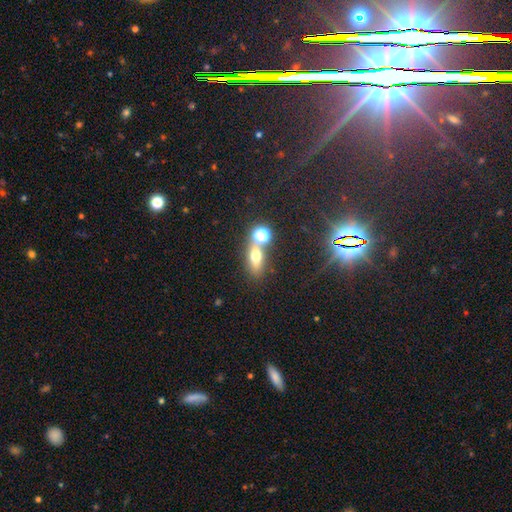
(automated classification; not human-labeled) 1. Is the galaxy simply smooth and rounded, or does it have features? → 59% smooth, 22% star or artifact, 19% featured or disk.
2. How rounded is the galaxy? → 55% in between, 28% round, 18% cigar-shaped.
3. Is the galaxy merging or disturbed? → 57% none, 27% merger, 11% minor disturbance, 6% major disturbance.